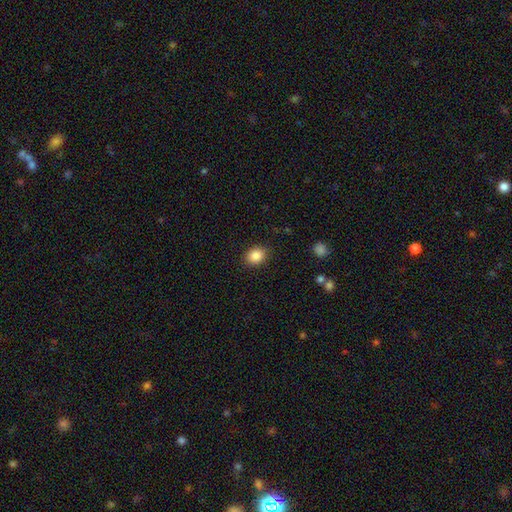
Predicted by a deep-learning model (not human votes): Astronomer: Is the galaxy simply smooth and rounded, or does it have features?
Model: smooth — 87%.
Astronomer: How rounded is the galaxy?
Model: in between — 58% (runner-up: round, 41%).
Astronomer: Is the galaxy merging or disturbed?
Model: none — 88%.